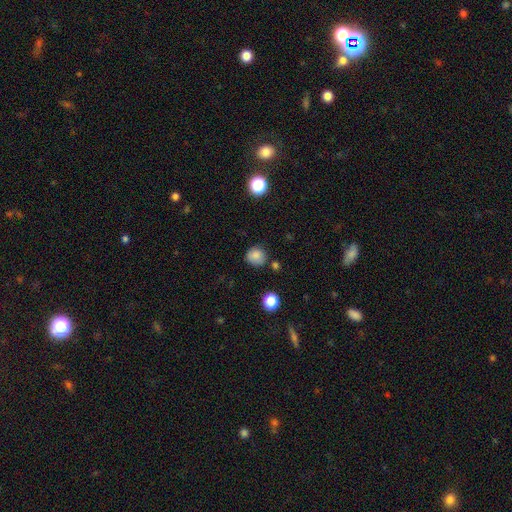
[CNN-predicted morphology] smooth-or-featured: smooth: 83% | star or artifact: 12% | featured or disk: 5%
  how-rounded: round: 85% | in between: 14% | cigar-shaped: 1%
  merging: none: 76% | minor disturbance: 15% | merger: 5% | major disturbance: 4%